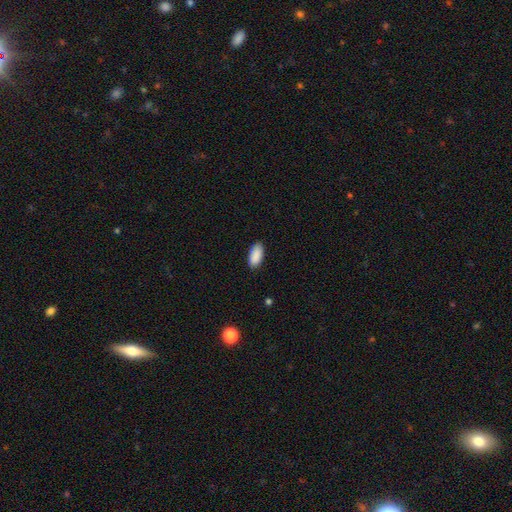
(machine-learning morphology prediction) Smooth or featured? Predicted: smooth (p=0.90). How rounded? Predicted: in between (p=0.92). Merging? Predicted: none (p=0.85).